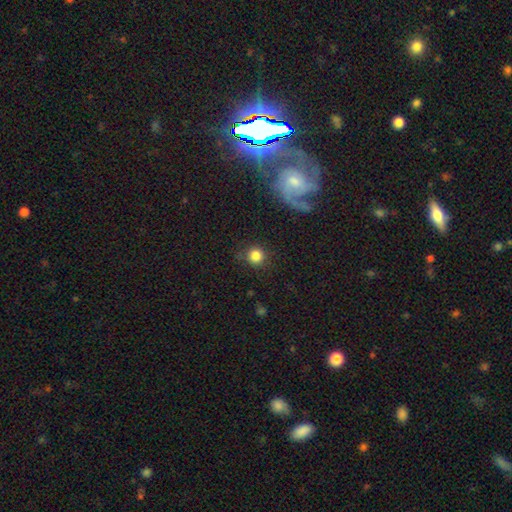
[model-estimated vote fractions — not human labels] The model was most divided on "smooth or featured": smooth: 82%, star or artifact: 11%, featured or disk: 7%. More confident: how rounded — round (93%); merging — none (84%).